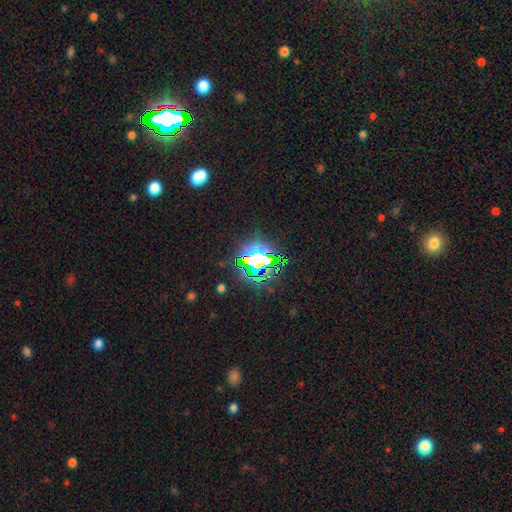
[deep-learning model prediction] Smooth or featured? star or artifact (73%)